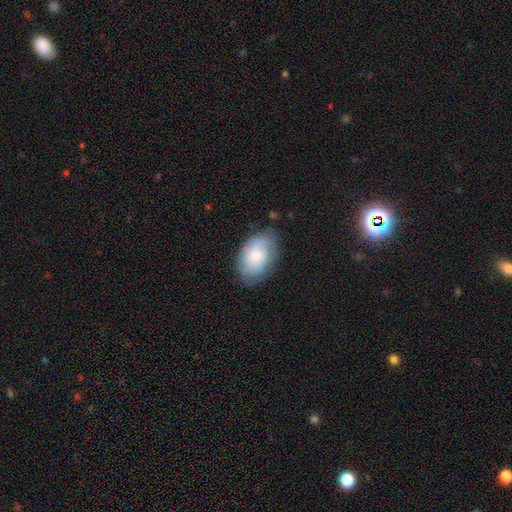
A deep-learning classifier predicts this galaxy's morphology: Smooth or featured?
  - smooth: 56% *
  - featured or disk: 37%
  - star or artifact: 7%
How rounded?
  - in between: 86% *
  - round: 13%
  - cigar-shaped: 1%
Merging?
  - none: 70% *
  - minor disturbance: 22%
  - major disturbance: 7%
  - merger: 1%